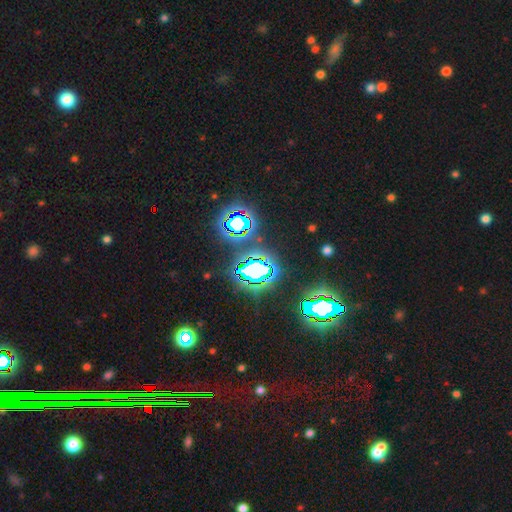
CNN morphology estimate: A star or artifact, not a galaxy (79%).